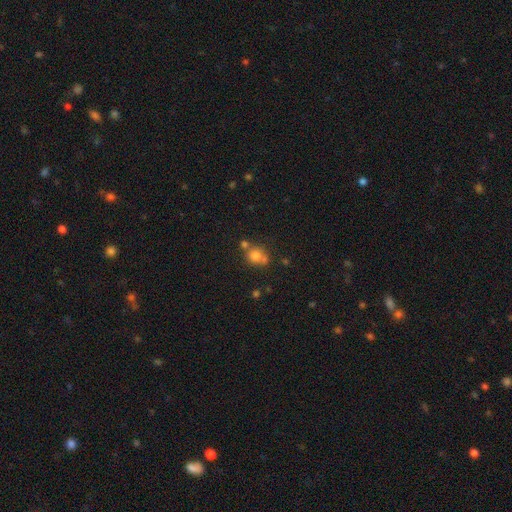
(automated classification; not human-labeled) Overall: smooth (75%). How rounded: round (77%). Merging: none (48%; merger 34%).